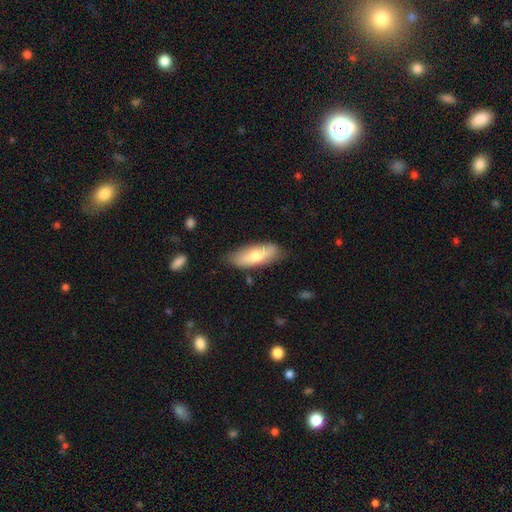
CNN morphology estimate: Smooth or featured: smooth — 67% (featured or disk — 28%)
How rounded: in between — 72% (cigar-shaped — 25%)
Merging: none — 76% (minor disturbance — 18%)